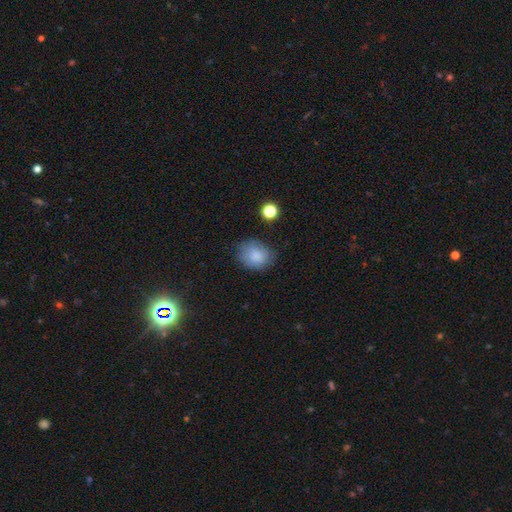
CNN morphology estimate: Smooth or featured: smooth — 83% (star or artifact — 9%)
How rounded: round — 51% (in between — 48%)
Merging: none — 72% (minor disturbance — 21%)